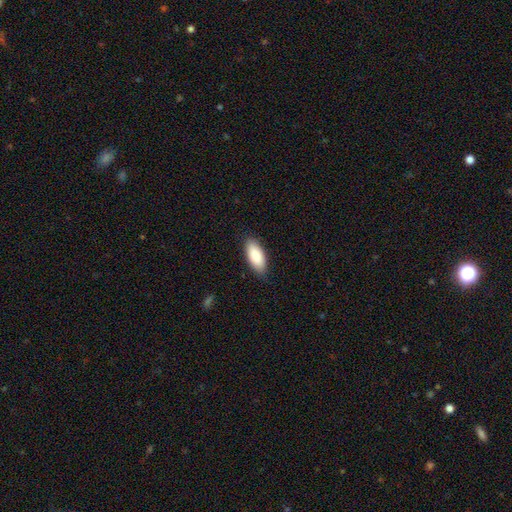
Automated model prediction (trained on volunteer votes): A smooth galaxy with no disk features (89%) that is in between round and cigar-shaped (87%).

Vote fractions:
- Smooth or featured? smooth: 89% / star or artifact: 5% / featured or disk: 5%
- How rounded? in between: 87% / cigar-shaped: 12% / round: 2%
- Merging? none: 84% / minor disturbance: 12% / major disturbance: 2% / merger: 1%